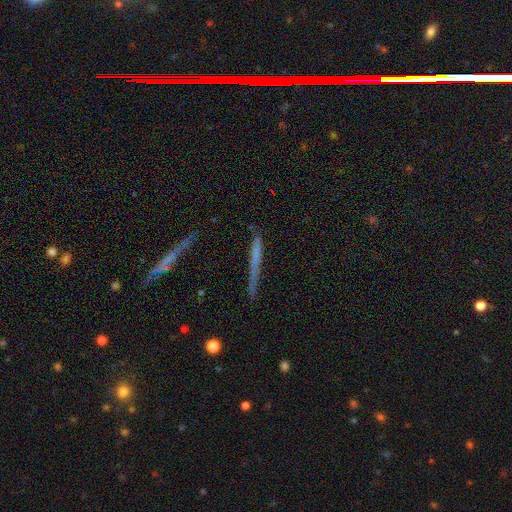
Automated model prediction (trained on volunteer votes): Smooth or featured? Predicted: smooth (p=0.53). How rounded? Predicted: cigar-shaped (p=0.95). Merging? Predicted: none (p=0.67).